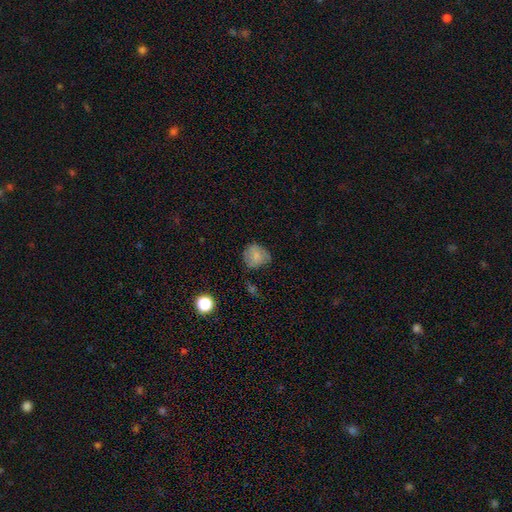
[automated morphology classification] Smooth or featured? Predicted: smooth (p=0.74). How rounded? Predicted: round (p=0.78). Merging? Predicted: none (p=0.59).